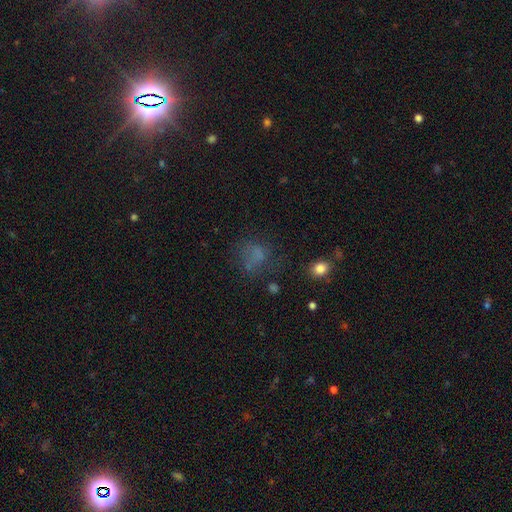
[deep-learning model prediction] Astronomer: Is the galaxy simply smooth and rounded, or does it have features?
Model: smooth — 55%.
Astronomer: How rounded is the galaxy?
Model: round — 55% (runner-up: in between, 44%).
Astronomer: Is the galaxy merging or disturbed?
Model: none — 49%.